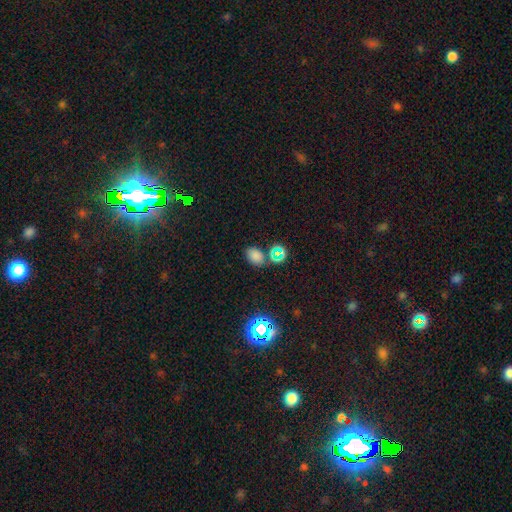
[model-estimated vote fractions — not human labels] This appears to be a smooth galaxy with no disk features (70%) that is in between round and cigar-shaped (69%). Merging: none (73%).